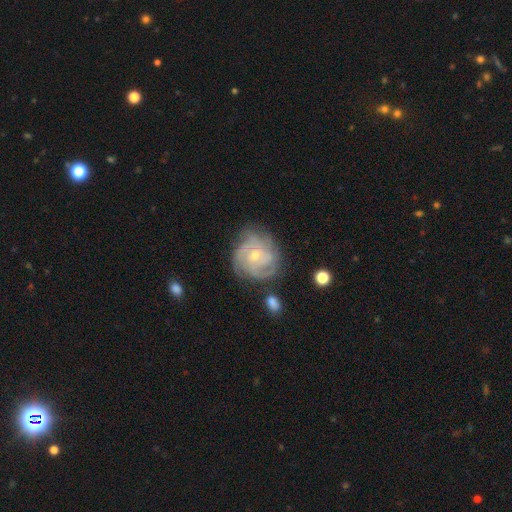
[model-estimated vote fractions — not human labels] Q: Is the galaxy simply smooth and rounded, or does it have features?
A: featured or disk — 80%.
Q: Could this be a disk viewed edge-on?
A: no — 98%.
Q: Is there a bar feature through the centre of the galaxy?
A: no — 66%.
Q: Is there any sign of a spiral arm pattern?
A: yes — 93%.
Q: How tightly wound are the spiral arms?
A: tight — 63%.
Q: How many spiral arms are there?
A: can't tell — 31%.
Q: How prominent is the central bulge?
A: small — 59%.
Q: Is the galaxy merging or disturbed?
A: none — 68%.